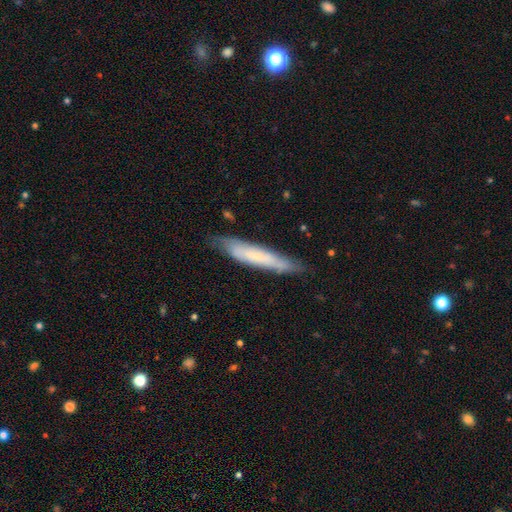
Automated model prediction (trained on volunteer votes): smooth 56%, featured or disk 38%, star or artifact 7%. Down the decision tree: how rounded — cigar-shaped (91%); merging — none (78%).